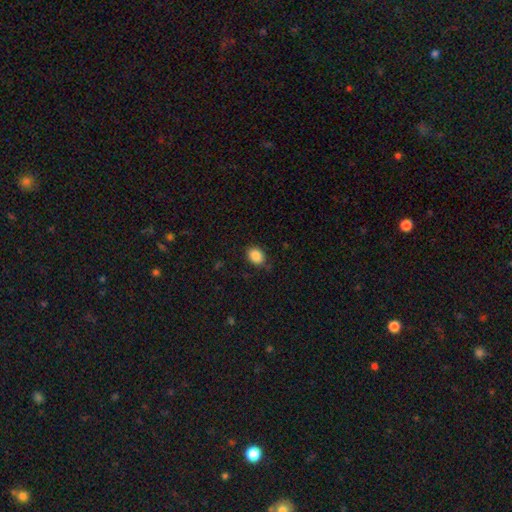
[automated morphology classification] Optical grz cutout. It shows a smooth galaxy with no disk features (88%) that is in between round and cigar-shaped (65%). Merging: none (81%).